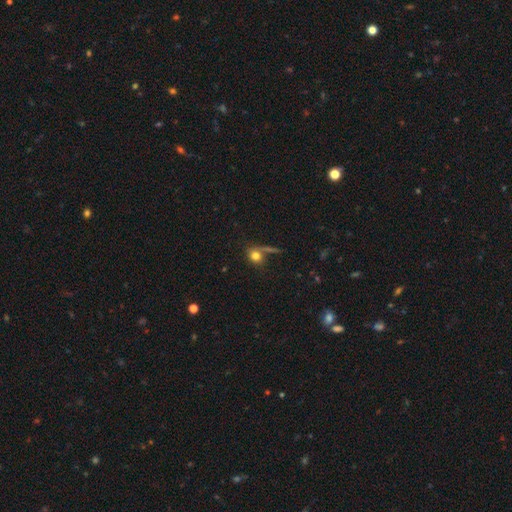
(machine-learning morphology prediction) Smooth or featured?
  - smooth: 76% *
  - star or artifact: 13%
  - featured or disk: 12%
How rounded?
  - round: 65% *
  - in between: 32%
  - cigar-shaped: 3%
Merging?
  - none: 55% *
  - merger: 19%
  - minor disturbance: 15%
  - major disturbance: 12%